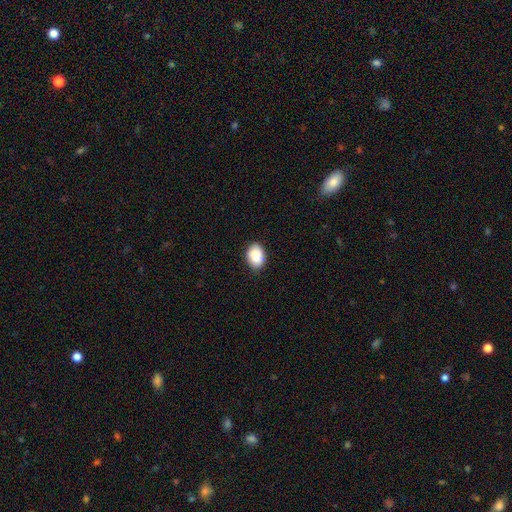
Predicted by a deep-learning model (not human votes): Overall: smooth (86%). How rounded: in between (75%). Merging: none (86%).